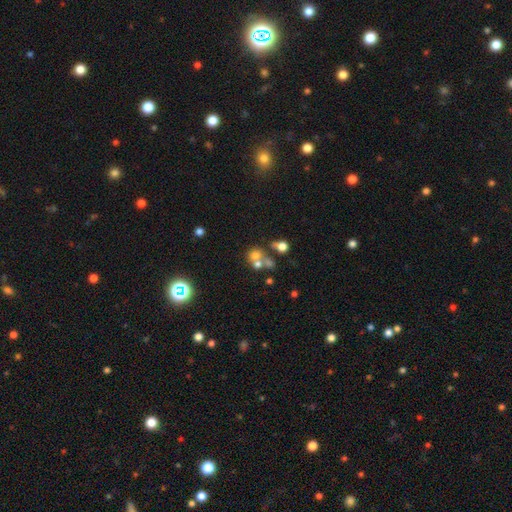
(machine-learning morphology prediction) Smooth or featured?
  - smooth: 58% *
  - featured or disk: 23%
  - star or artifact: 20%
How rounded?
  - round: 73% *
  - in between: 26%
  - cigar-shaped: 1%
Merging?
  - merger: 49% *
  - none: 34%
  - minor disturbance: 9%
  - major disturbance: 8%